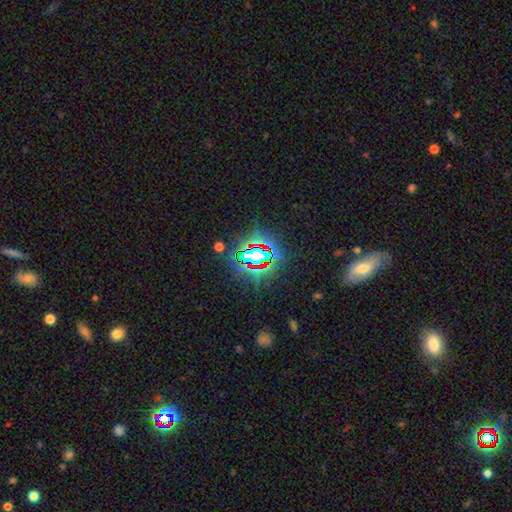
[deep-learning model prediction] smooth-or-featured: star or artifact: 76% | smooth: 14% | featured or disk: 10%